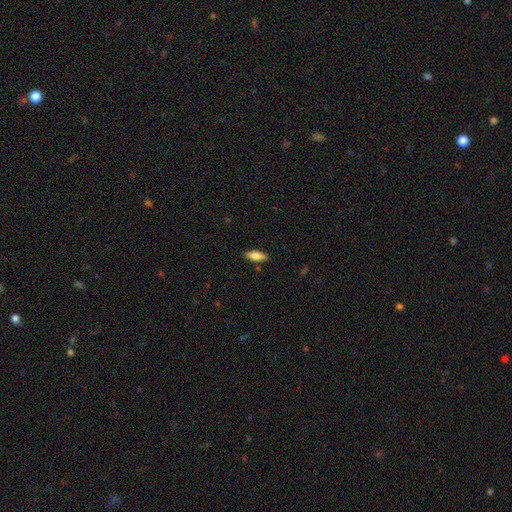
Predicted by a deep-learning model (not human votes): This appears to be a smooth galaxy with no disk features (76%) that is in between round and cigar-shaped (71%). Merging: none (87%).